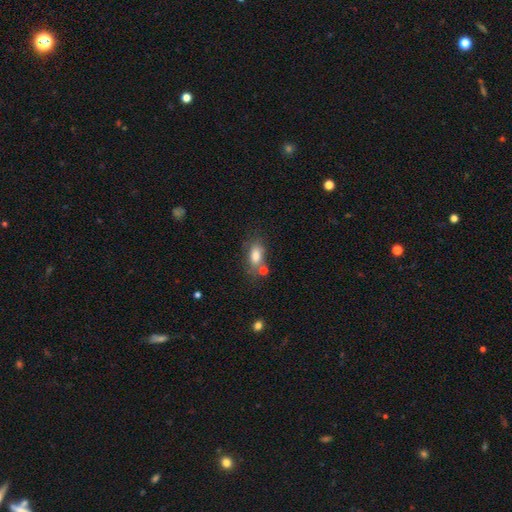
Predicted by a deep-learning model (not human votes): smooth_or_featured: smooth (p=0.79) [alt: featured or disk p=0.12]
how_rounded: in between (p=0.84) [alt: round p=0.09]
merging: none (p=0.60) [alt: minor disturbance p=0.18]